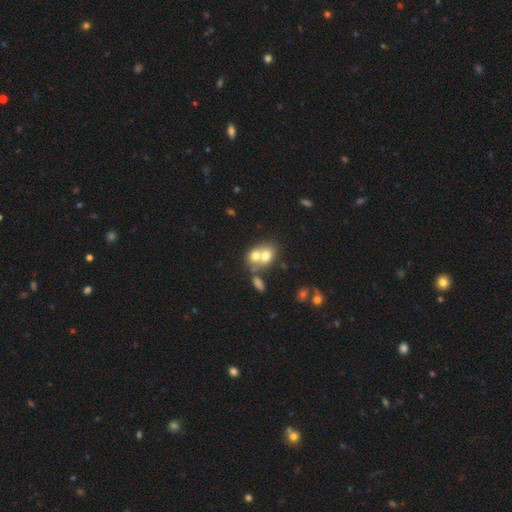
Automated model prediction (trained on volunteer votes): This is likely a smooth galaxy (66%). How rounded: possibly in between (54%). Merging: likely merger (68%).